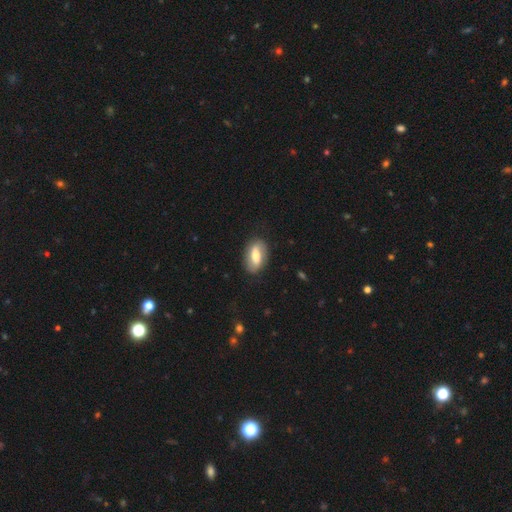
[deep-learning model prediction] A smooth galaxy with no disk features (48%). Merging: none (83%).